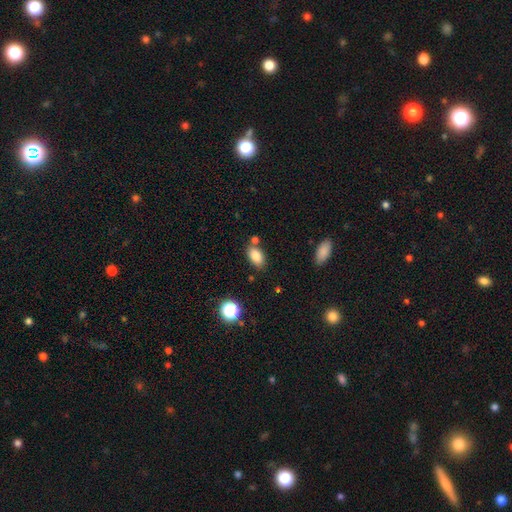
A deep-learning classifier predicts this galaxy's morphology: Smooth or featured? Predicted: smooth (p=0.83). How rounded? Predicted: in between (p=0.89). Merging? Predicted: none (p=0.71).